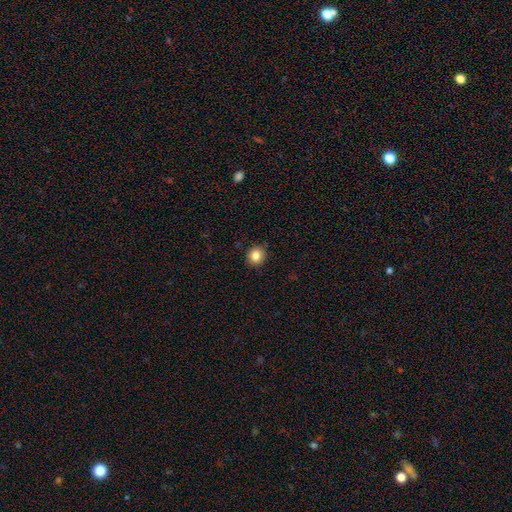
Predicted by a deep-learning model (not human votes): A smooth galaxy with no disk features (84%) that is round (85%).

Vote fractions:
- Smooth or featured? smooth: 84% / star or artifact: 10% / featured or disk: 5%
- How rounded? round: 85% / in between: 14% / cigar-shaped: 1%
- Merging? none: 90% / minor disturbance: 7% / major disturbance: 2% / merger: 1%